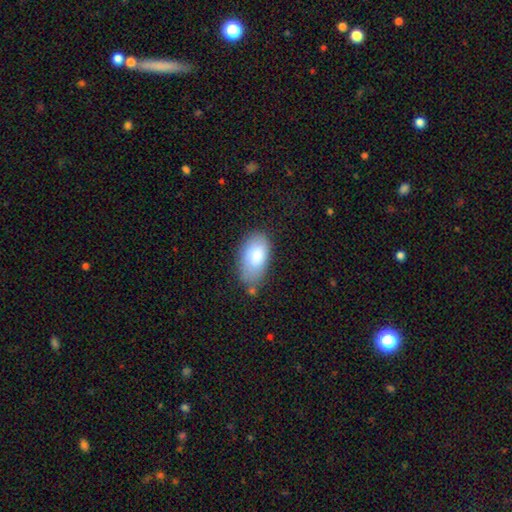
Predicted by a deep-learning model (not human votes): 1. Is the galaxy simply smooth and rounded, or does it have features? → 84% smooth, 9% featured or disk, 7% star or artifact.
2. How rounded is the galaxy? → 94% in between, 4% round, 2% cigar-shaped.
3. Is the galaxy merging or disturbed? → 60% none, 27% minor disturbance, 8% major disturbance, 6% merger.